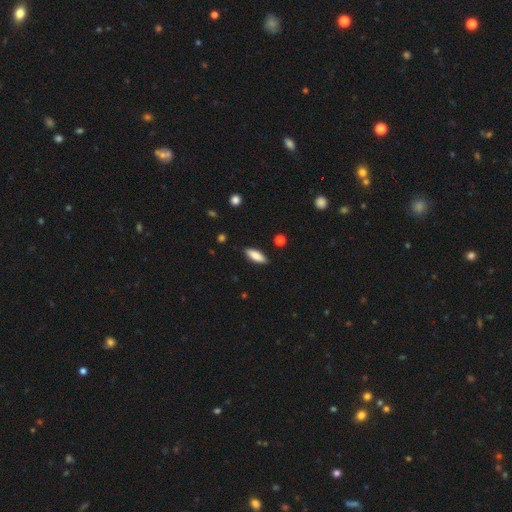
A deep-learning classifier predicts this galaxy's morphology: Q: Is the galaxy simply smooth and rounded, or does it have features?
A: smooth — 84%.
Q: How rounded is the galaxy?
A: in between — 63%.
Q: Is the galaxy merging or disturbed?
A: none — 88%.